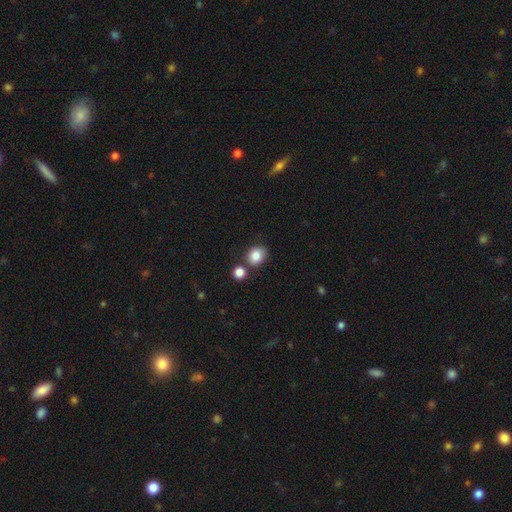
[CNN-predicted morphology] A smooth galaxy with no disk features (85%) that is round (55%).

Vote fractions:
- Smooth or featured? smooth: 85% / star or artifact: 9% / featured or disk: 6%
- How rounded? round: 55% / in between: 44% / cigar-shaped: 1%
- Merging? none: 69% / merger: 15% / minor disturbance: 13% / major disturbance: 3%